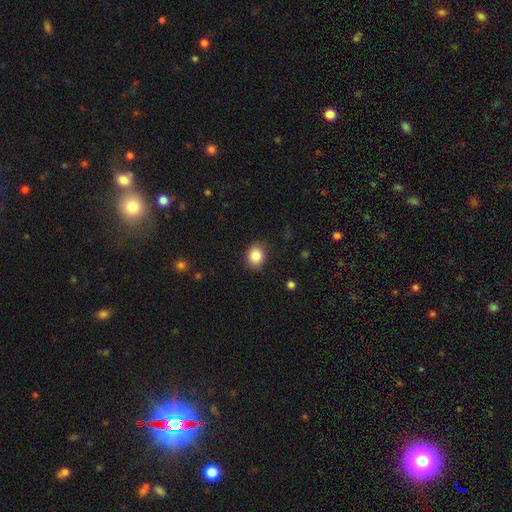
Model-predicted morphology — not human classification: Overall: smooth (85%). How rounded: round (52%; in between 47%). Merging: none (87%).